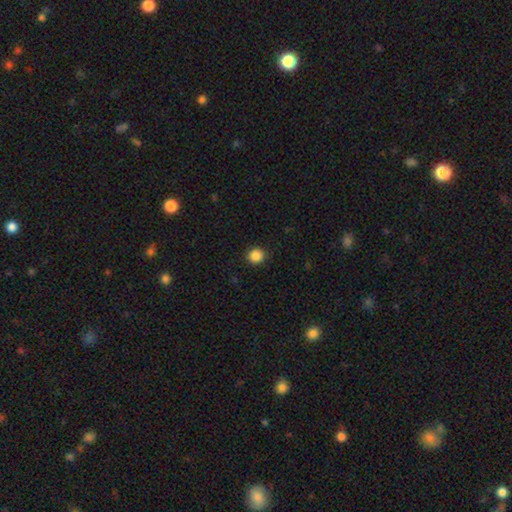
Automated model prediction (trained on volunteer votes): A smooth galaxy with no disk features (87%) that is round (90%). Merging: none (91%).